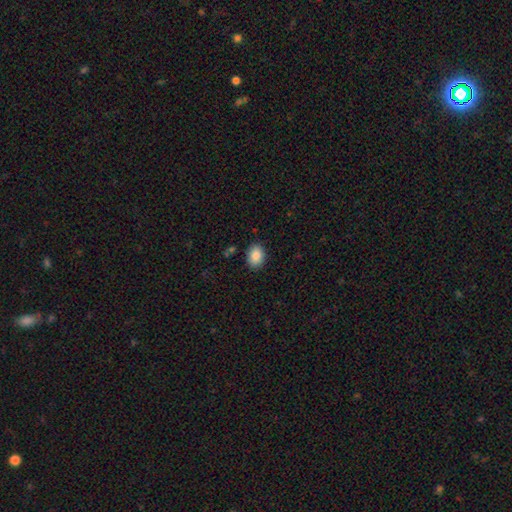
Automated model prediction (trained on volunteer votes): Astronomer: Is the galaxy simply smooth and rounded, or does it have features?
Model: smooth — 88%.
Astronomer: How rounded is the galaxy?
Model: in between — 69%.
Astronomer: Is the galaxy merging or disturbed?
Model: none — 87%.